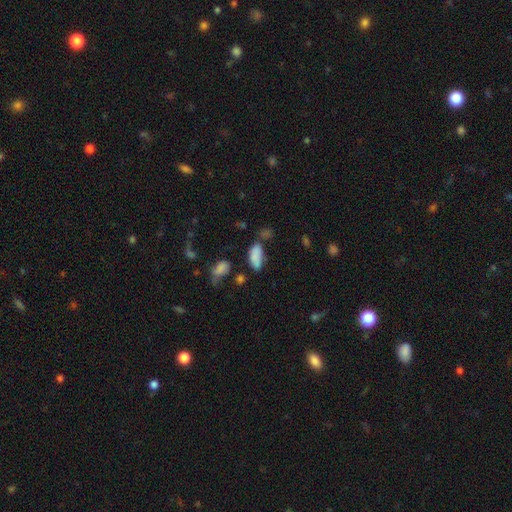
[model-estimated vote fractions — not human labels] Morphology: type=smooth (79%); roundness=in between (87%); merging=none (46%).